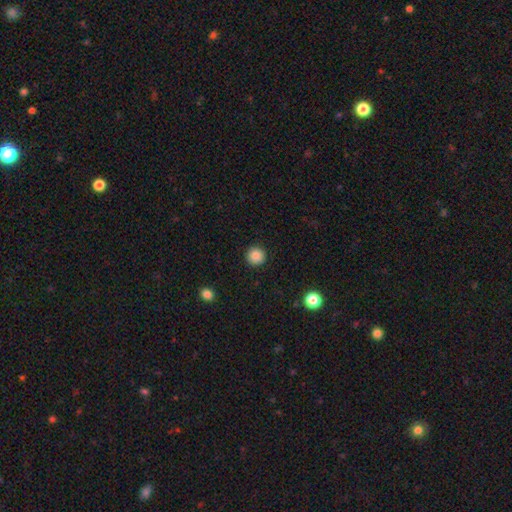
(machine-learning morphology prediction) This appears to be a smooth galaxy with no disk features (86%) that is round (95%). Merging: none (93%).